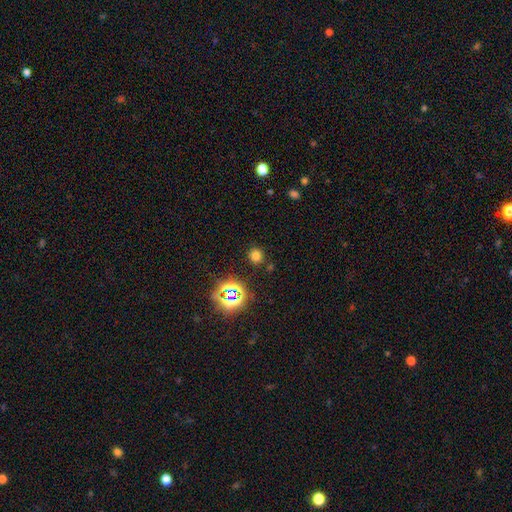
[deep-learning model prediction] smooth 67%, star or artifact 27%, featured or disk 6%. Down the decision tree: how rounded — round (84%); merging — none (84%).